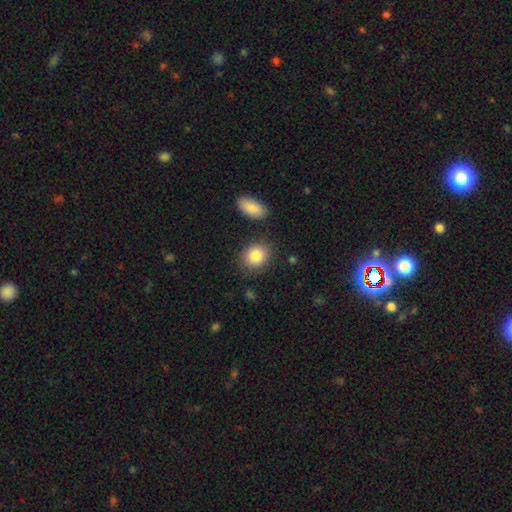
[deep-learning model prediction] Overall: smooth (86%). How rounded: round (63%; in between 36%). Merging: none (81%).